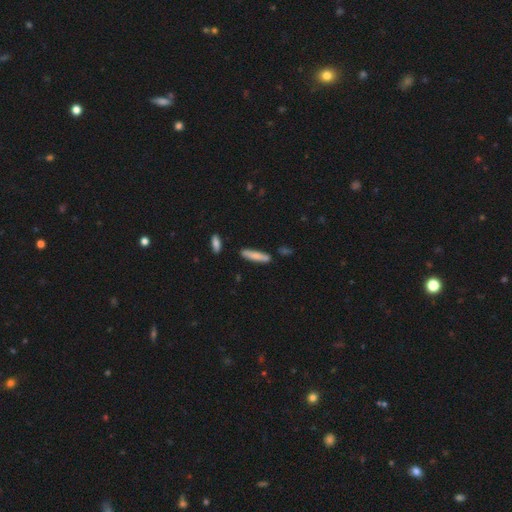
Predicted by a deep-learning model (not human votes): Smooth or featured: smooth — 76% (featured or disk — 18%)
How rounded: cigar-shaped — 85% (in between — 13%)
Merging: none — 77% (minor disturbance — 14%)